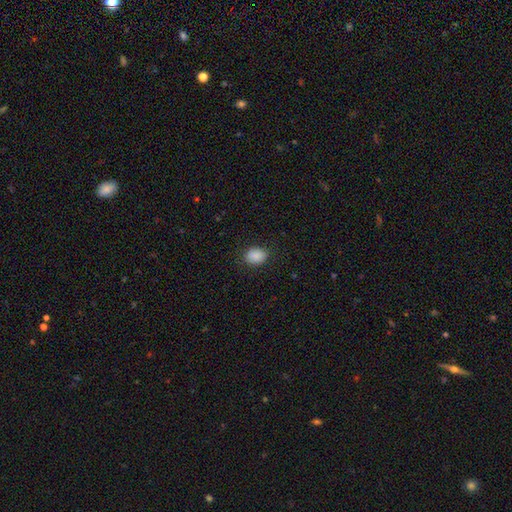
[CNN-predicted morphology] The model was most divided on "how rounded": in between: 63%, round: 36%, cigar-shaped: 1%. More confident: smooth or featured — smooth (89%); merging — none (85%).